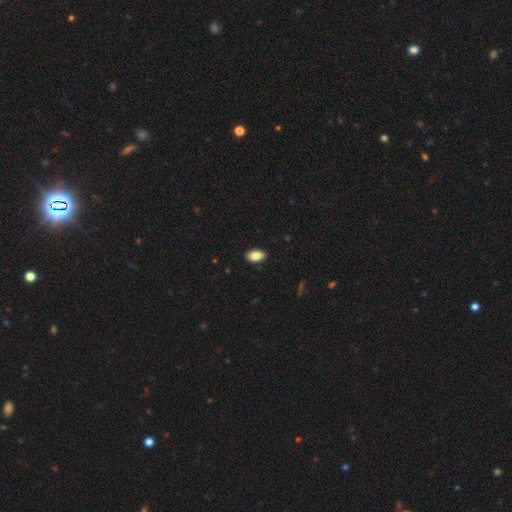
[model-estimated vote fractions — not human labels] Q: Smooth or featured?
A: smooth (86%); runner-up: star or artifact (7%)
Q: How rounded?
A: in between (92%); runner-up: round (5%)
Q: Merging?
A: none (90%); runner-up: minor disturbance (7%)